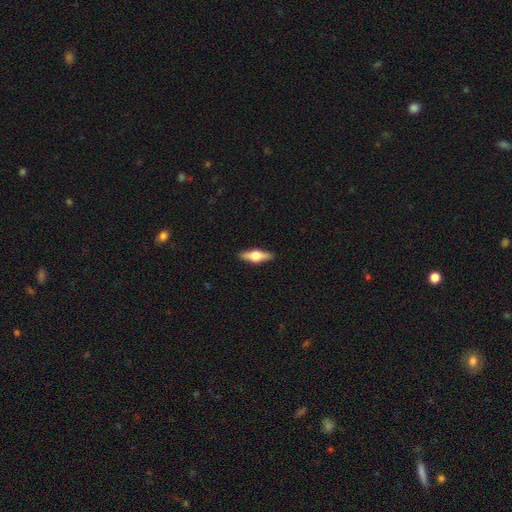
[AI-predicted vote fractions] Smooth or featured?
  - featured or disk: 59% *
  - smooth: 35%
  - star or artifact: 6%
Edge-on disk?
  - yes: 95% *
  - no: 5%
Edge-on bulge?
  - rounded: 95% *
  - boxy: 3%
  - none: 1%
Merging?
  - none: 91% *
  - minor disturbance: 7%
  - major disturbance: 1%
  - merger: 1%